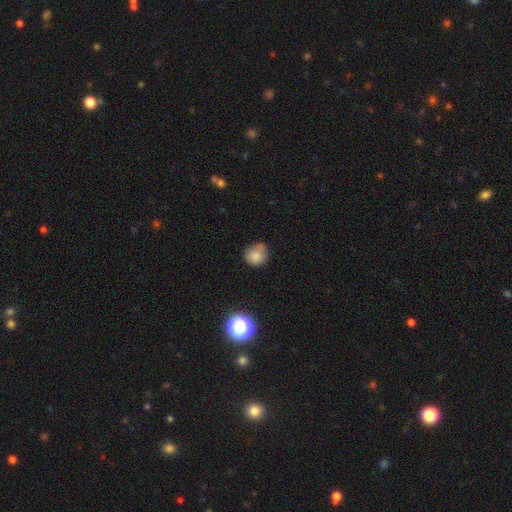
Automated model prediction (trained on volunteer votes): A smooth galaxy with no disk features (81%) that is round (84%). Merging: none (64%).